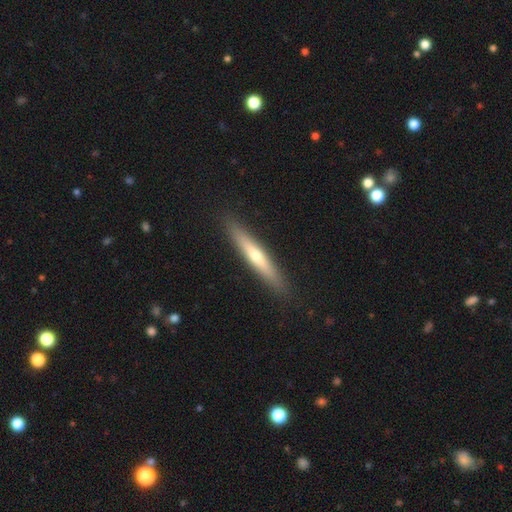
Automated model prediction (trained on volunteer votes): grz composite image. It shows a featured or disk galaxy (50%). Merging: none (90%).